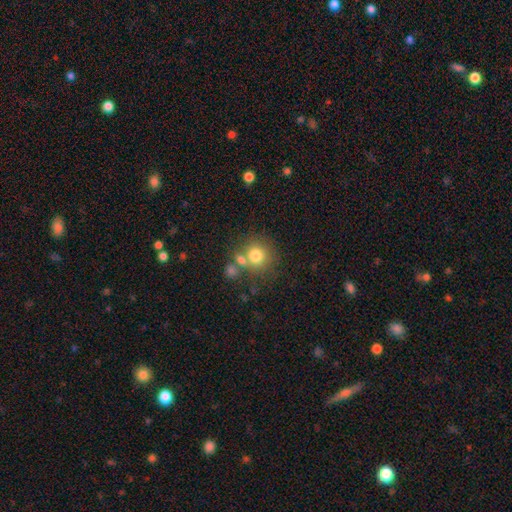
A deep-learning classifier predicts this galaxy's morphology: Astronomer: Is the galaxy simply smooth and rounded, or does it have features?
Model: smooth — 77%.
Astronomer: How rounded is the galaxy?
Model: round — 88%.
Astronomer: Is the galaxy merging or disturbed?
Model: none — 61%.